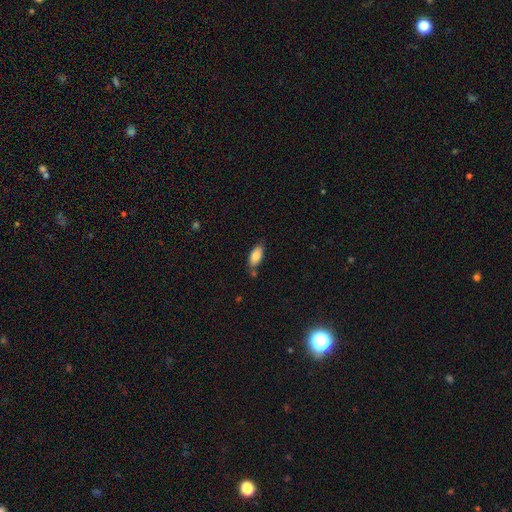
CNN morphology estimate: A smooth galaxy with no disk features (83%) that is in between round and cigar-shaped (88%). Merging: none (68%).